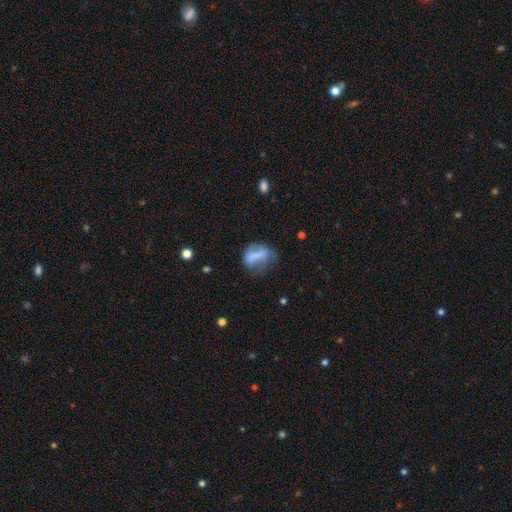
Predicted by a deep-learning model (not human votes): Smooth or featured? Predicted: smooth (p=0.56). How rounded? Predicted: in between (p=0.64). Merging? Predicted: none (p=0.35).